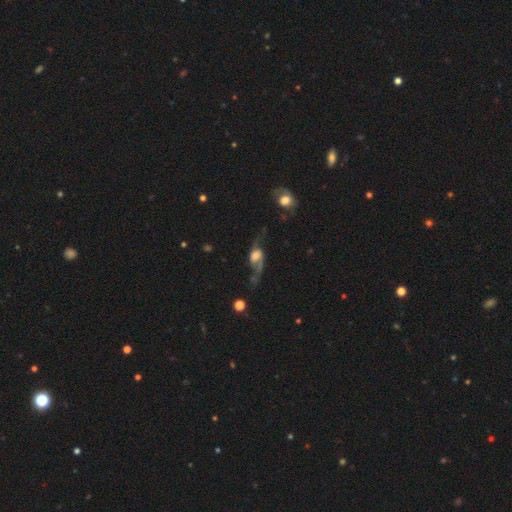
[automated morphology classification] A featured or disk galaxy (74%) with no bar (52%), 2 (86%) loose (79%) spiral arms (88%) and a moderate central bulge (41%).

Vote fractions:
- Smooth or featured? featured or disk: 74% / smooth: 18% / star or artifact: 8%
- Edge-on disk? no: 88% / yes: 12%
- Bar? no: 52% / weak: 37% / strong: 11%
- Spiral arms? yes: 88% / no: 12%
- Spiral winding? loose: 79% / medium: 16% / tight: 5%
- Spiral arm count? 2: 86% / 1: 7% / can't tell: 4% / 3: 1% / 4: 1% / more than 4: 1%
- Bulge size? moderate: 41% / large: 27% / small: 20% / none: 7% / dominant: 5%
- Merging? none: 43% / major disturbance: 30% / minor disturbance: 20% / merger: 7%